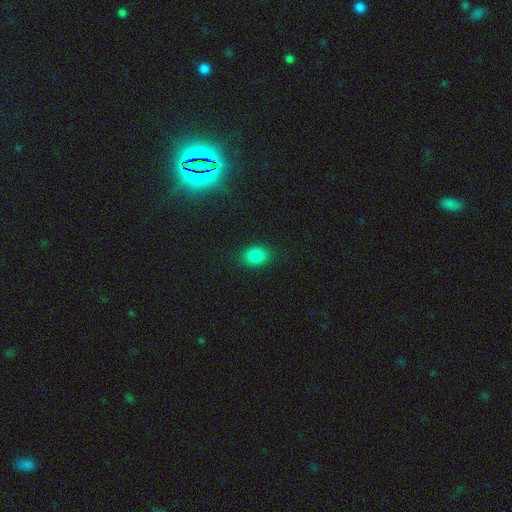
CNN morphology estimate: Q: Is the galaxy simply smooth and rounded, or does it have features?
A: smooth — 83%.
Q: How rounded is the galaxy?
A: in between — 68%.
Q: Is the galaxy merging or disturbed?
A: none — 86%.